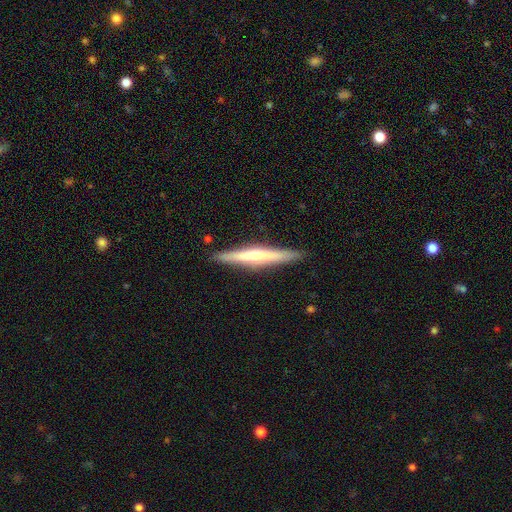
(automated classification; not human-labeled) Morphology: type=featured or disk (63%); edge-on=yes (97%); edge-on bulge=rounded (72%); merging=none (90%).